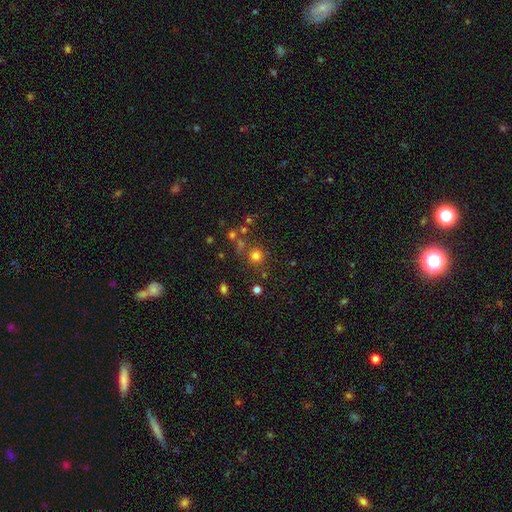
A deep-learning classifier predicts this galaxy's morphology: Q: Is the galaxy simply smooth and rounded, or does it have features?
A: smooth — 73%.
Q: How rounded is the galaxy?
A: round — 93%.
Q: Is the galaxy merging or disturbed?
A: none — 77%.